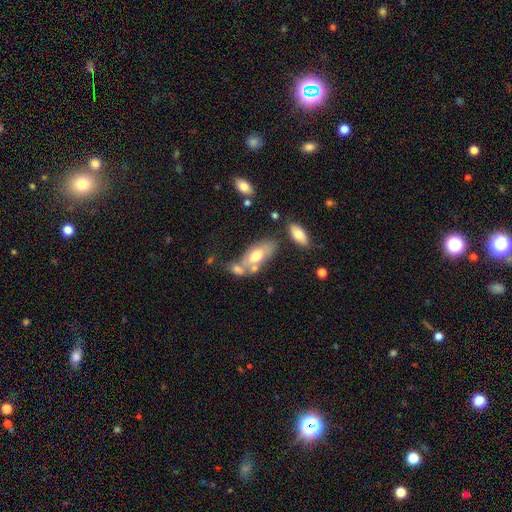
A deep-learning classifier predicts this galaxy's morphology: This is possibly a smooth galaxy (56%). How rounded: clearly in between (87%). Merging: marginally none (40%).